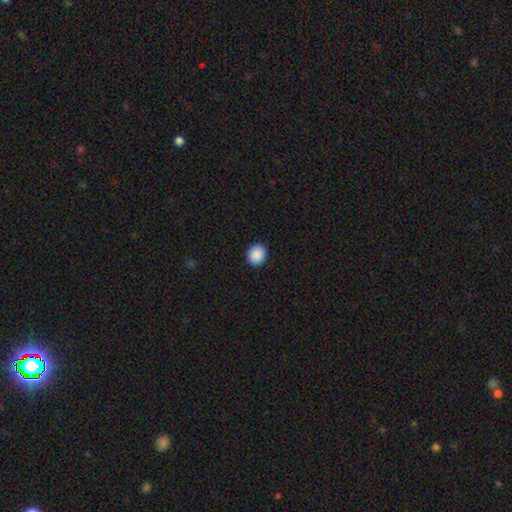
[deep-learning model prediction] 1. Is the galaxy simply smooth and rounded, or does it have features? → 90% smooth, 8% star or artifact, 2% featured or disk.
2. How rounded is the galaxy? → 84% round, 15% in between, 1% cigar-shaped.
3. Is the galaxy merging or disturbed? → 92% none, 5% minor disturbance, 2% major disturbance, 1% merger.